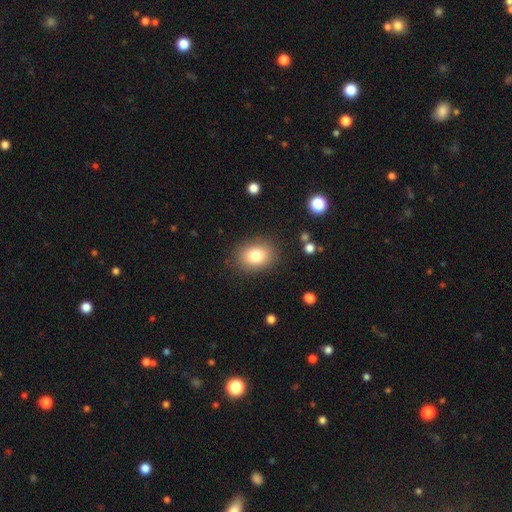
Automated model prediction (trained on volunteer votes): smooth-or-featured: smooth: 80% | star or artifact: 10% | featured or disk: 9%
  how-rounded: in between: 59% | round: 40% | cigar-shaped: 1%
  merging: none: 85% | minor disturbance: 10% | major disturbance: 3% | merger: 1%